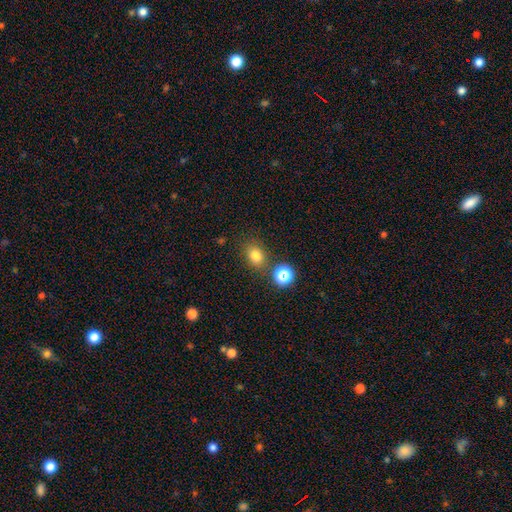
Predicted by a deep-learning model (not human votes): Overall: smooth (79%). How rounded: in between (49%, tied with round). Merging: none (78%).